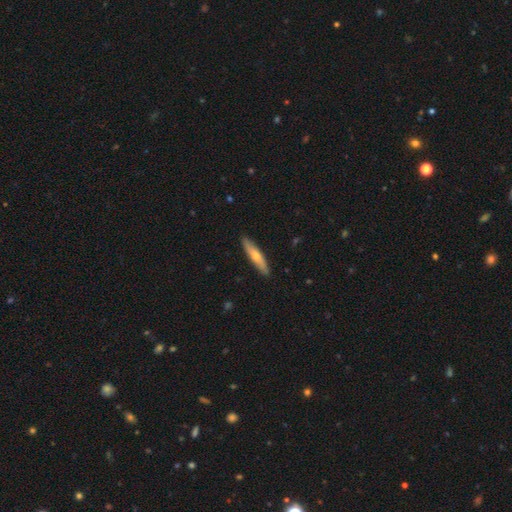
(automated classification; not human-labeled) smooth_or_featured: smooth (p=0.53) [alt: featured or disk p=0.42]
how_rounded: cigar-shaped (p=0.87) [alt: in between p=0.11]
merging: none (p=0.90) [alt: minor disturbance p=0.08]